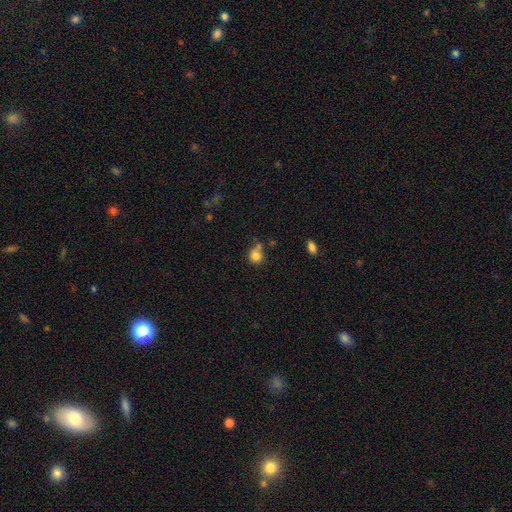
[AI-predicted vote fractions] This is clearly a smooth galaxy (81%). How rounded: clearly round (84%). Merging: possibly none (53%).